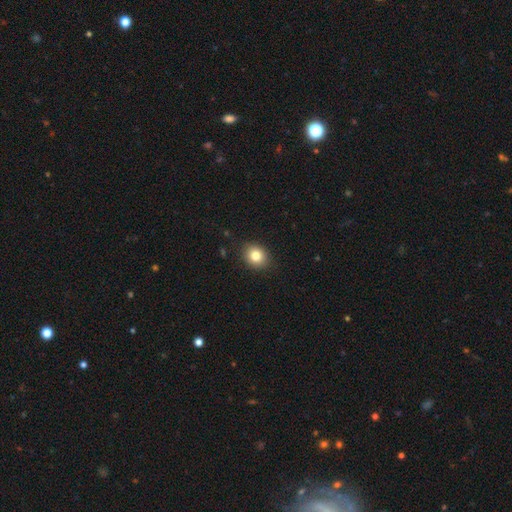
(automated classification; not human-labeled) Smooth or featured: smooth — 82% (star or artifact — 10%)
How rounded: round — 63% (in between — 36%)
Merging: none — 88% (minor disturbance — 9%)